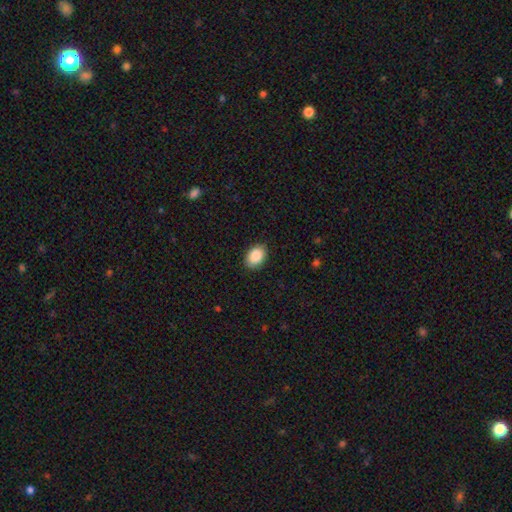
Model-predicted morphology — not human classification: type=smooth (90%); roundness=in between (83%); merging=none (88%).